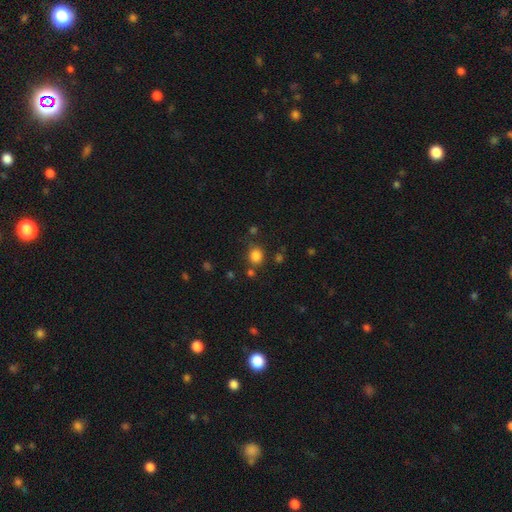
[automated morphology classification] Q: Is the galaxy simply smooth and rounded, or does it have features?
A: smooth — 82%.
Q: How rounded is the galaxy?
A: round — 75%.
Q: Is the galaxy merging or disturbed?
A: none — 77%.